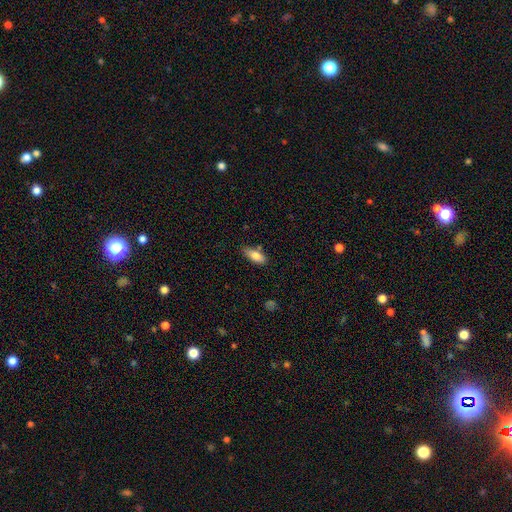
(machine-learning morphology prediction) A smooth galaxy with no disk features (80%) that is in between round and cigar-shaped (80%).

Vote fractions:
- Smooth or featured? smooth: 80% / featured or disk: 13% / star or artifact: 7%
- How rounded? in between: 80% / cigar-shaped: 18% / round: 3%
- Merging? none: 73% / minor disturbance: 18% / merger: 6% / major disturbance: 3%